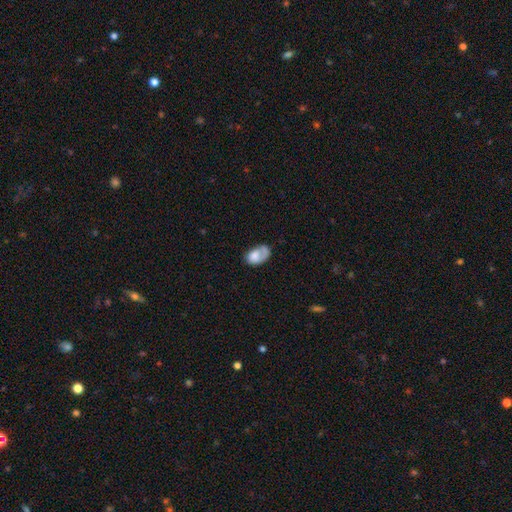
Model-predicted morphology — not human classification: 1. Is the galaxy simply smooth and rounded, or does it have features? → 66% smooth, 28% featured or disk, 7% star or artifact.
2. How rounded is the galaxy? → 88% in between, 11% round, 1% cigar-shaped.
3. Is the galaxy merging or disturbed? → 38% none, 27% minor disturbance, 27% major disturbance, 9% merger.